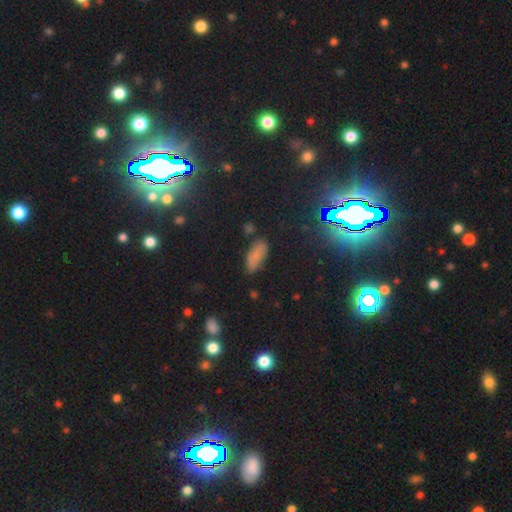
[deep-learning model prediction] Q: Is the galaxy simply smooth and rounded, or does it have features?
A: smooth — 68%.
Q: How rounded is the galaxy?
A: in between — 80%.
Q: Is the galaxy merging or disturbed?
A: none — 72%.